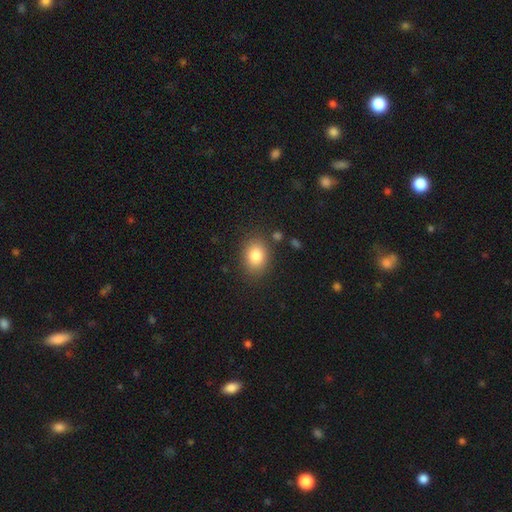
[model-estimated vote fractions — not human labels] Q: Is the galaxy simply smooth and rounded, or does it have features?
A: smooth — 83%.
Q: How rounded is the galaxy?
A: in between — 55%.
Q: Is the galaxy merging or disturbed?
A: none — 83%.